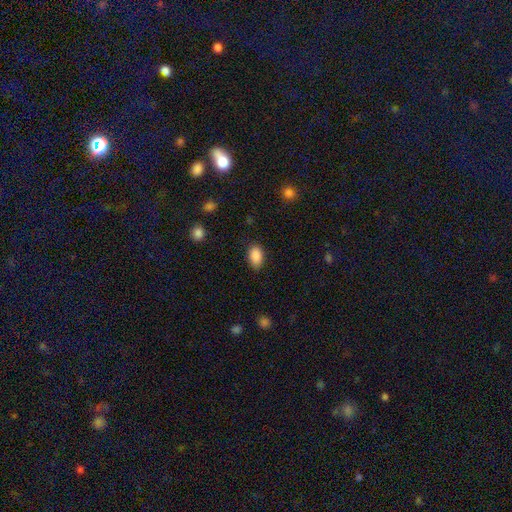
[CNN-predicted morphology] Smooth or featured? smooth (89%)
How rounded? in between (90%)
Merging? none (81%)